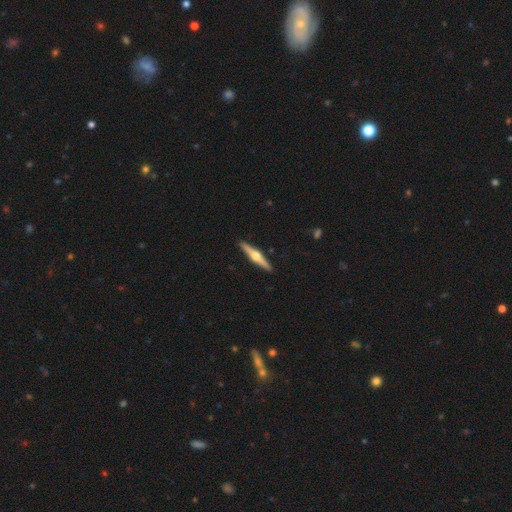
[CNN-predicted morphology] smooth_or_featured: featured or disk (p=0.73) [alt: smooth p=0.22]
disk_edge_on: yes (p=0.98) [alt: no p=0.02]
edge_on_bulge: rounded (p=0.95) [alt: boxy p=0.03]
merging: none (p=0.92) [alt: minor disturbance p=0.06]